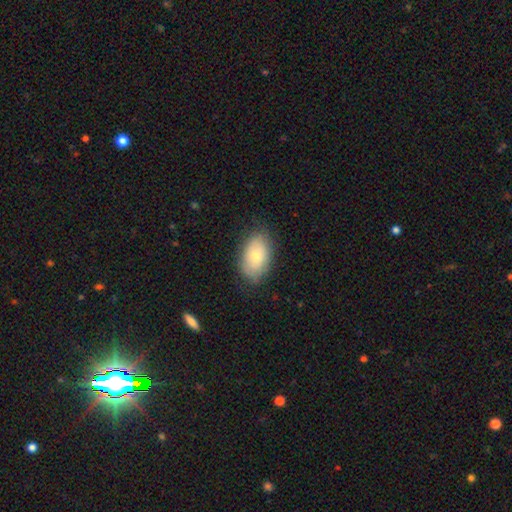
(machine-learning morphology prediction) Smooth or featured? Predicted: smooth (p=0.73). How rounded? Predicted: in between (p=0.92). Merging? Predicted: none (p=0.81).